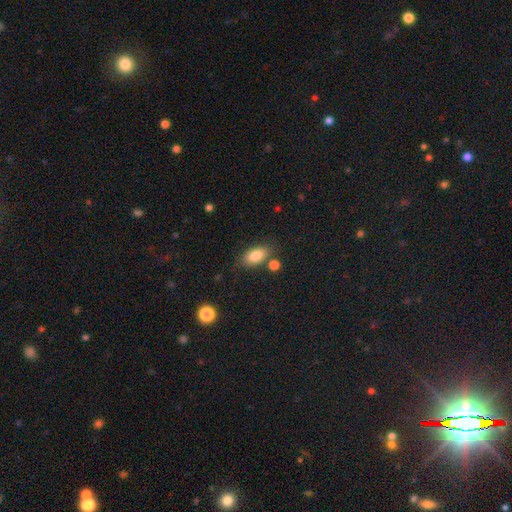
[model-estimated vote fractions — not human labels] smooth-or-featured: smooth: 83% | featured or disk: 9% | star or artifact: 8%
  how-rounded: in between: 87% | round: 6% | cigar-shaped: 6%
  merging: none: 74% | minor disturbance: 13% | merger: 9% | major disturbance: 4%